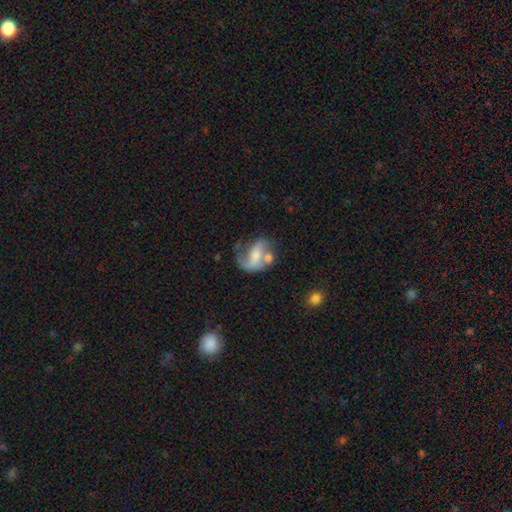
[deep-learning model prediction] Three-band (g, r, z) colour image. It shows a featured or disk galaxy (66%) with no bar (39%), 2 (45%) loose (49%) spiral arms (82%) and a small central bulge (48%). Merging: none (36%).